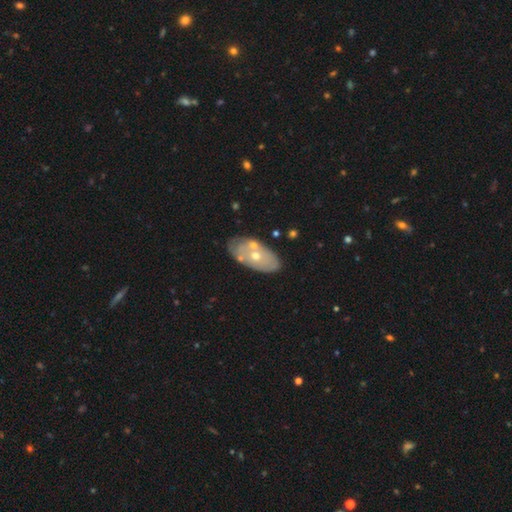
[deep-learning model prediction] A featured or disk galaxy (54%). Merging: none (66%).